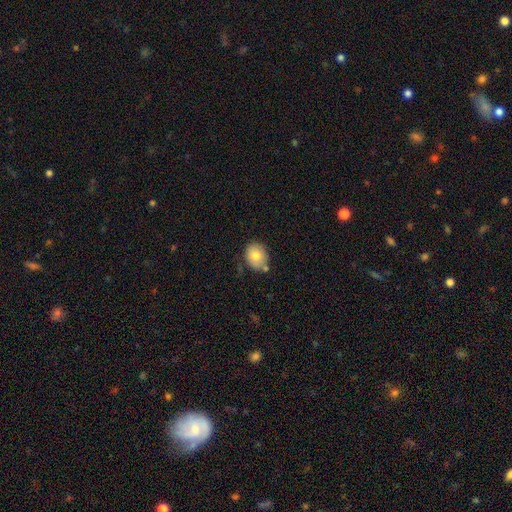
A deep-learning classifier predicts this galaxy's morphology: smooth-or-featured: smooth: 77% | featured or disk: 14% | star or artifact: 8%
  how-rounded: round: 54% | in between: 45% | cigar-shaped: 1%
  merging: none: 65% | minor disturbance: 22% | merger: 9% | major disturbance: 4%